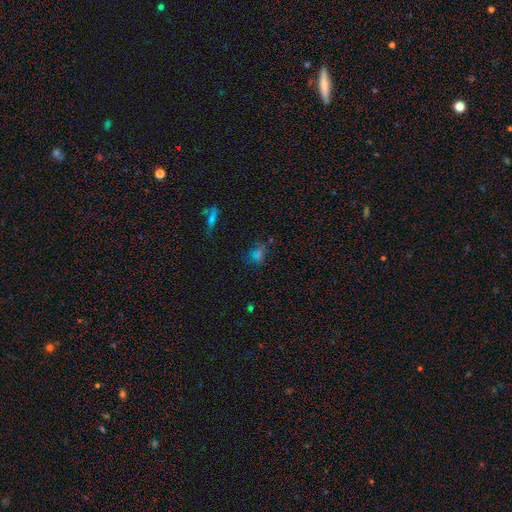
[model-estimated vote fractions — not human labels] Smooth or featured? Predicted: smooth (p=0.51). How rounded? Predicted: in between (p=0.52). Merging? Predicted: none (p=0.66).